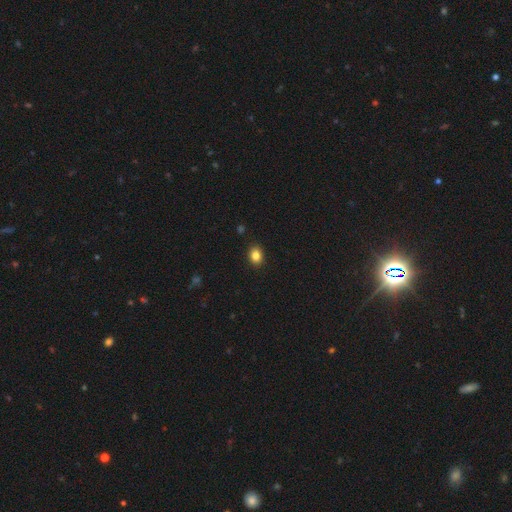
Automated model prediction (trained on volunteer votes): A smooth galaxy with no disk features (84%) that is in between round and cigar-shaped (54%). Merging: none (90%).